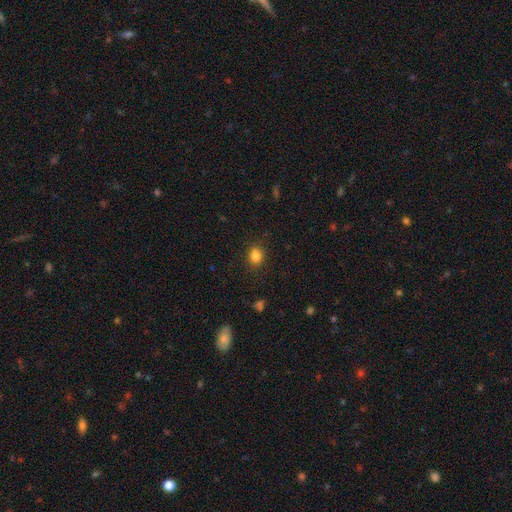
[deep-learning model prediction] Smooth or featured? smooth (83%)
How rounded? round (56%)
Merging? none (84%)